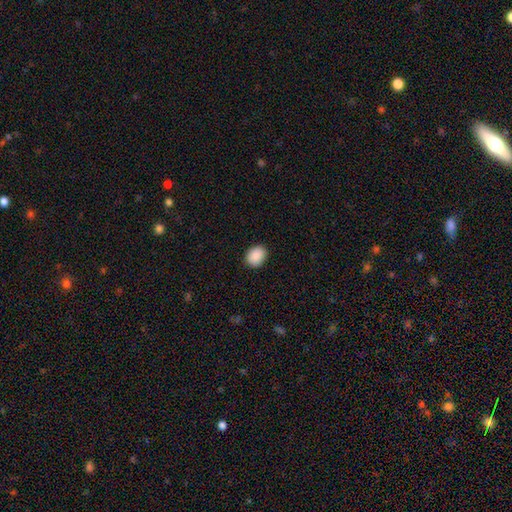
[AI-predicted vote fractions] A smooth galaxy with no disk features (90%) that is in between round and cigar-shaped (56%).

Vote fractions:
- Smooth or featured? smooth: 90% / star or artifact: 7% / featured or disk: 2%
- How rounded? in between: 56% / round: 43% / cigar-shaped: 1%
- Merging? none: 89% / minor disturbance: 8% / major disturbance: 2% / merger: 1%